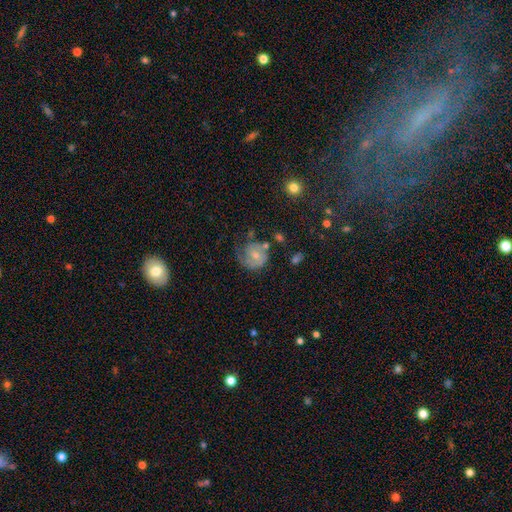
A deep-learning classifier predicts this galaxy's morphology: Overall: featured or disk (57%; smooth 34%). Edge-on disk: no (97%). Bar: no (68%). Spiral arms: yes (76%). Bulge size: moderate (52%; small 41%). Merging: none (45%; minor disturbance 26%).